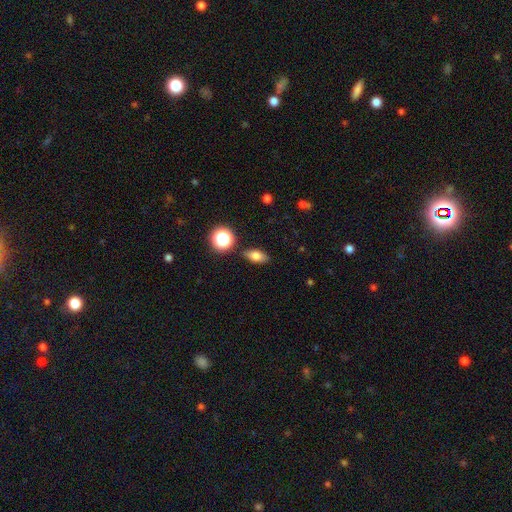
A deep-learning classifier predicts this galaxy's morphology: Q: Smooth or featured?
A: smooth (75%); runner-up: featured or disk (13%)
Q: How rounded?
A: in between (81%); runner-up: round (11%)
Q: Merging?
A: none (86%); runner-up: minor disturbance (9%)